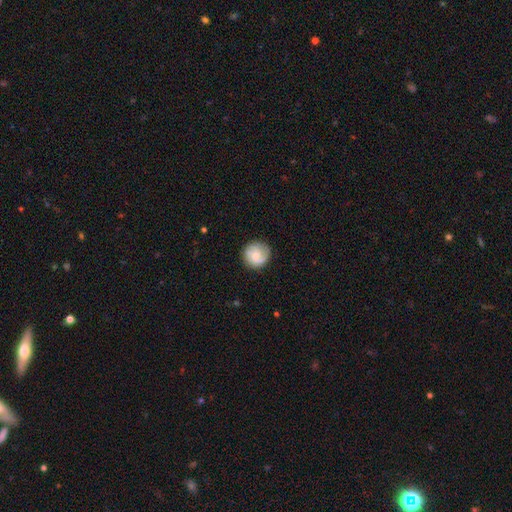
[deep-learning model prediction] The model was most divided on "smooth or featured": smooth: 51%, featured or disk: 42%, star or artifact: 7%. More confident: how rounded — round (92%); merging — none (81%).